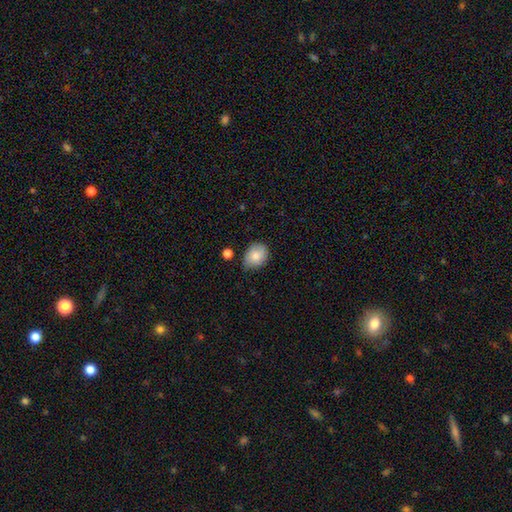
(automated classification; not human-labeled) A smooth galaxy with no disk features (83%) that is in between round and cigar-shaped (54%).

Vote fractions:
- Smooth or featured? smooth: 83% / featured or disk: 10% / star or artifact: 8%
- How rounded? in between: 54% / round: 45% / cigar-shaped: 1%
- Merging? none: 69% / minor disturbance: 24% / major disturbance: 4% / merger: 3%